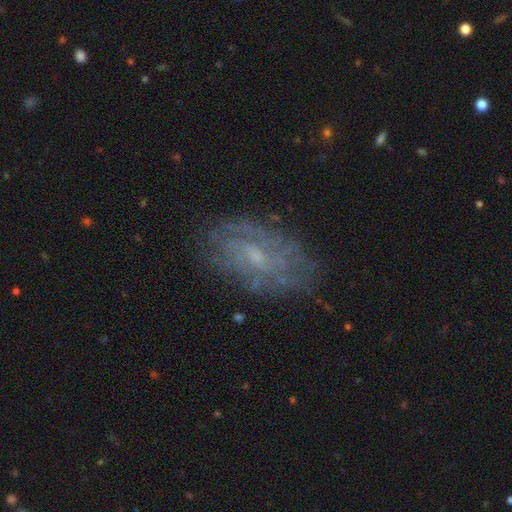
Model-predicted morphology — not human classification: The model was most divided on "bar": no: 57%, weak: 37%, strong: 6%. More confident: edge-on disk — no (95%); merging — none (72%); spiral arms — yes (70%); smooth or featured — featured or disk (68%); bulge size — small (58%).